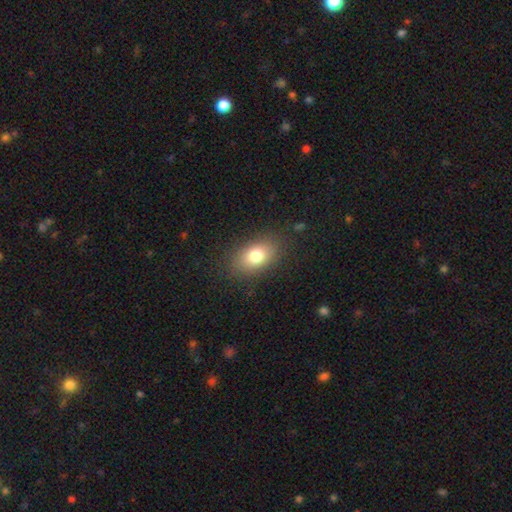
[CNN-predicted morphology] smooth-or-featured: smooth: 78% | featured or disk: 12% | star or artifact: 10%
  how-rounded: in between: 84% | round: 14% | cigar-shaped: 2%
  merging: none: 84% | minor disturbance: 11% | major disturbance: 4% | merger: 1%